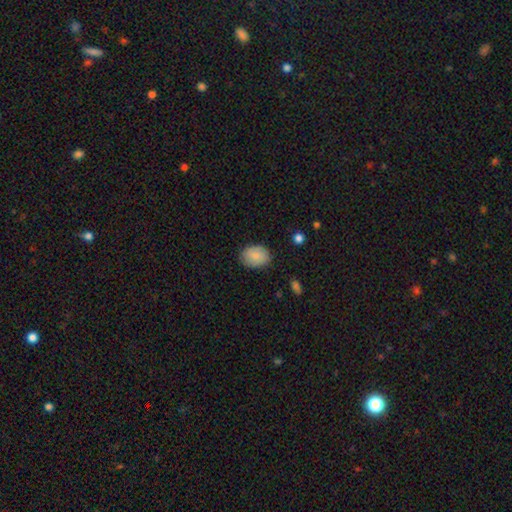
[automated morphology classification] Smooth or featured? smooth (85%)
How rounded? in between (72%)
Merging? none (83%)